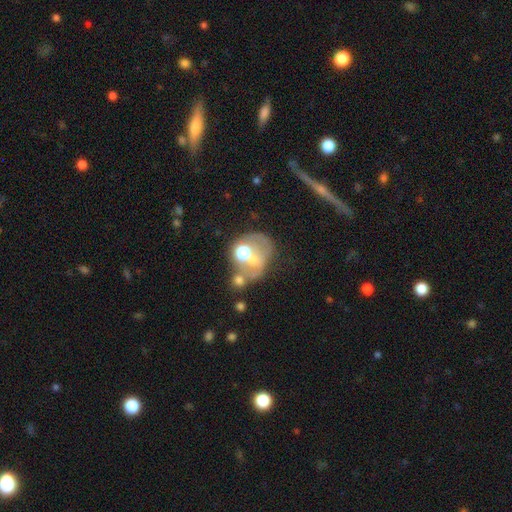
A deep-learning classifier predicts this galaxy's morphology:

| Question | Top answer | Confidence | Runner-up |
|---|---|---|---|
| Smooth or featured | featured or disk | 45% | smooth (36%) |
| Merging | none | 37% | merger (28%) |